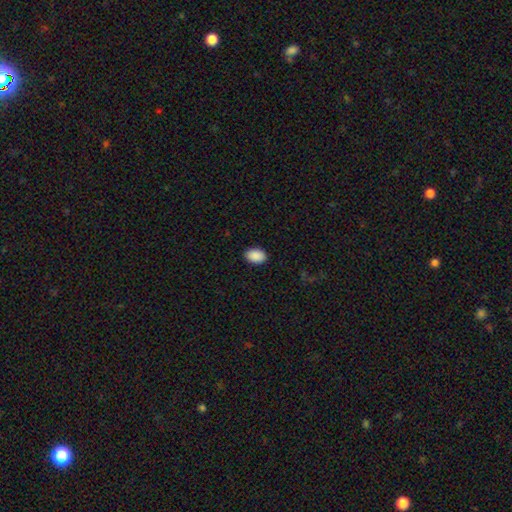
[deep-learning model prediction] Morphology: type=smooth (91%); roundness=in between (87%); merging=none (90%).